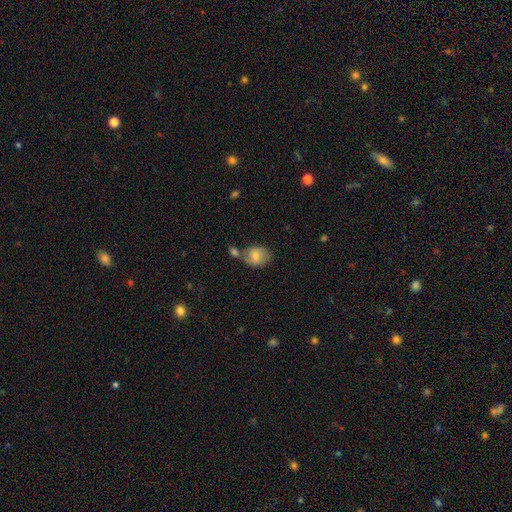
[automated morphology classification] type=smooth (74%); roundness=in between (53%); merging=none (48%).